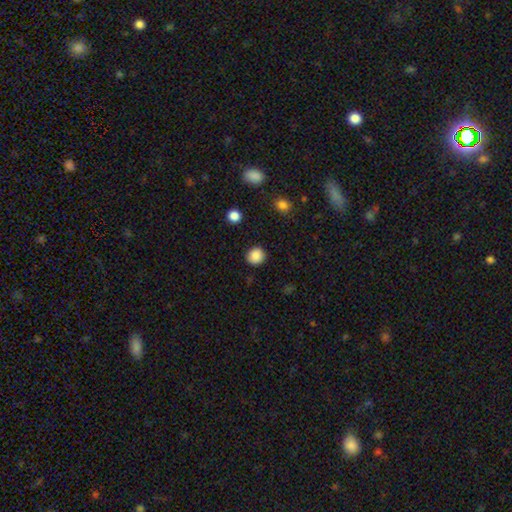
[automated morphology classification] Smooth or featured: smooth — 87% (star or artifact — 10%)
How rounded: round — 91% (in between — 8%)
Merging: none — 90% (minor disturbance — 7%)